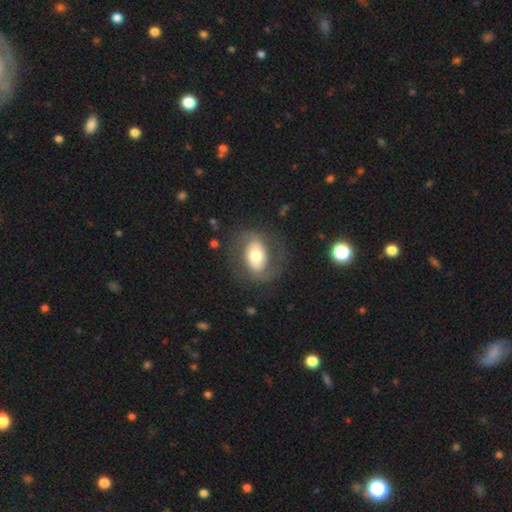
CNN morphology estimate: Overall: featured or disk (58%; smooth 35%). Edge-on disk: no (95%). Bar: no (39%; weak 30%). Spiral arms: yes (71%). Bulge size: moderate (54%; large 26%). Merging: none (71%).